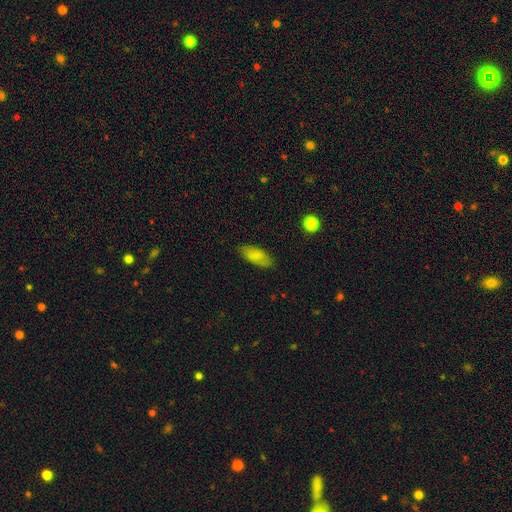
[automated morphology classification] type=smooth (82%); roundness=in between (83%); merging=none (83%).